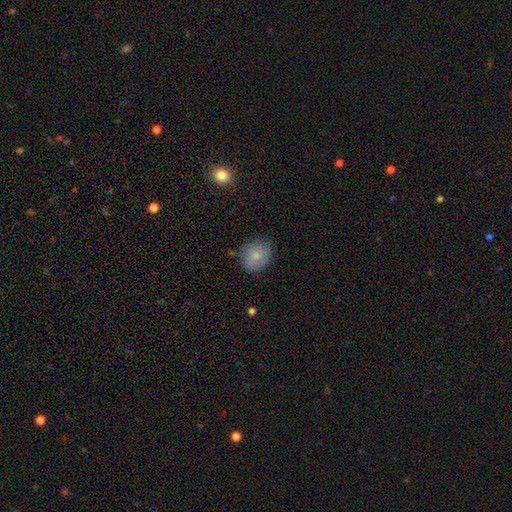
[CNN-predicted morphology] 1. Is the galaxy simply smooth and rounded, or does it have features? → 73% smooth, 19% featured or disk, 8% star or artifact.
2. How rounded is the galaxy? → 66% round, 33% in between, 1% cigar-shaped.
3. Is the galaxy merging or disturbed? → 74% none, 20% minor disturbance, 4% major disturbance, 2% merger.